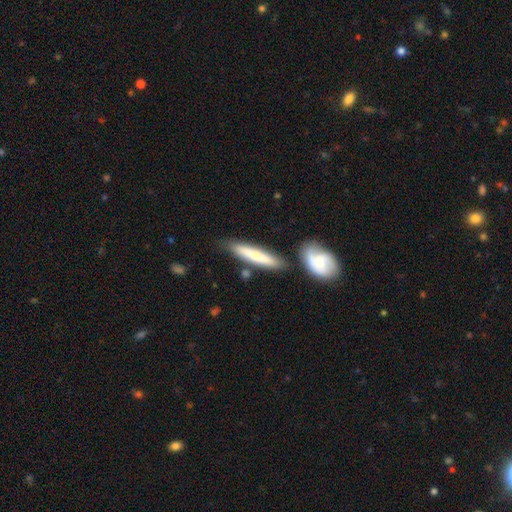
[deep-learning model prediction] Q: Smooth or featured?
A: smooth (64%); runner-up: featured or disk (31%)
Q: How rounded?
A: cigar-shaped (84%); runner-up: in between (14%)
Q: Merging?
A: none (73%); runner-up: minor disturbance (14%)